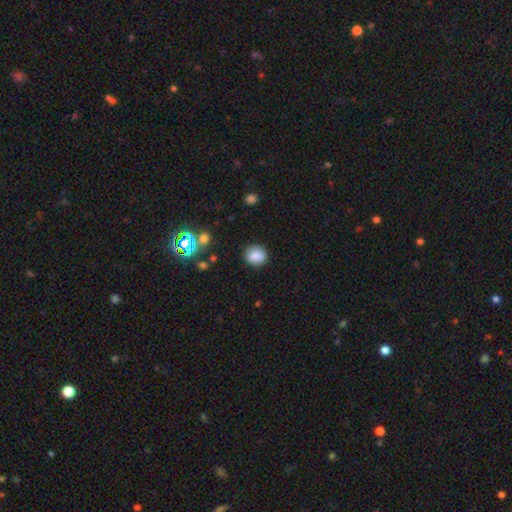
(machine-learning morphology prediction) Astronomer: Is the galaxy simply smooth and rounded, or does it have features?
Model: smooth — 83%.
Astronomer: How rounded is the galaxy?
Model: round — 72%.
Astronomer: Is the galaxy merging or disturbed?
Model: none — 84%.